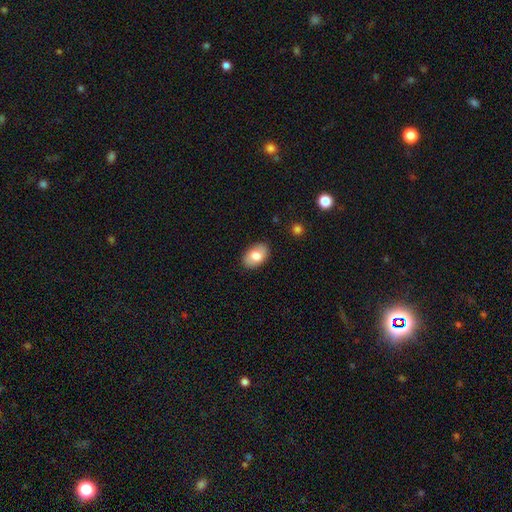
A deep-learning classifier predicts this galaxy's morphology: Q: Smooth or featured?
A: smooth (77%); runner-up: featured or disk (16%)
Q: How rounded?
A: in between (90%); runner-up: round (9%)
Q: Merging?
A: none (86%); runner-up: minor disturbance (11%)